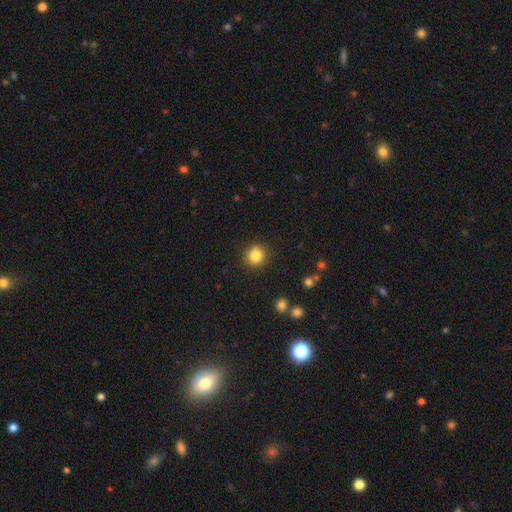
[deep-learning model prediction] Smooth or featured?
  - smooth: 84% *
  - star or artifact: 11%
  - featured or disk: 5%
How rounded?
  - round: 89% *
  - in between: 10%
  - cigar-shaped: 1%
Merging?
  - none: 90% *
  - minor disturbance: 7%
  - major disturbance: 2%
  - merger: 1%